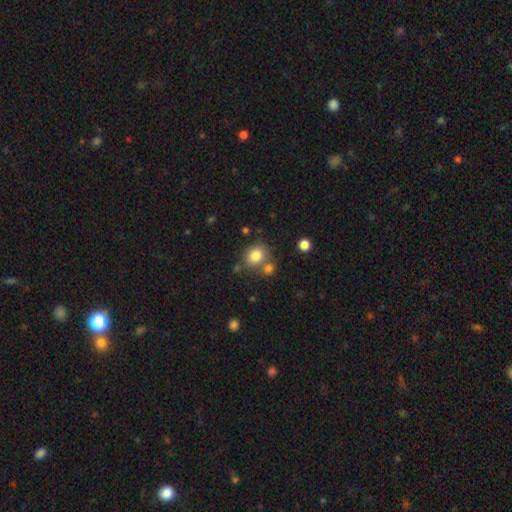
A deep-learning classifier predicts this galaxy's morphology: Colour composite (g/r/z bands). It shows a smooth galaxy with no disk features (81%) that is round (70%). Merging: none (64%).